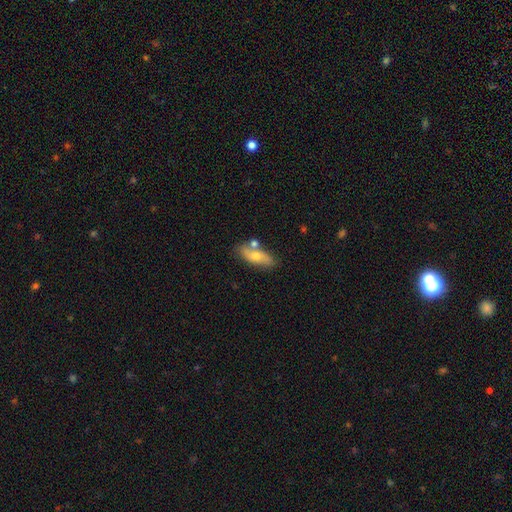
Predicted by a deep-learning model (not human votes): Overall: smooth (52%; featured or disk 41%). How rounded: in between (73%). Merging: none (68%).